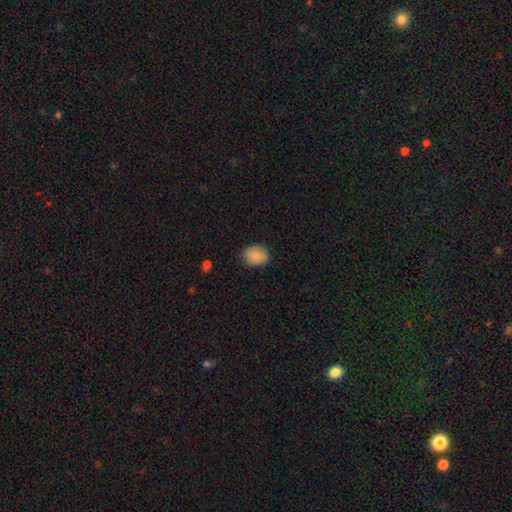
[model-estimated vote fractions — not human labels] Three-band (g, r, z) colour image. It shows a smooth galaxy with no disk features (88%) that is in between round and cigar-shaped (52%). Merging: none (83%).